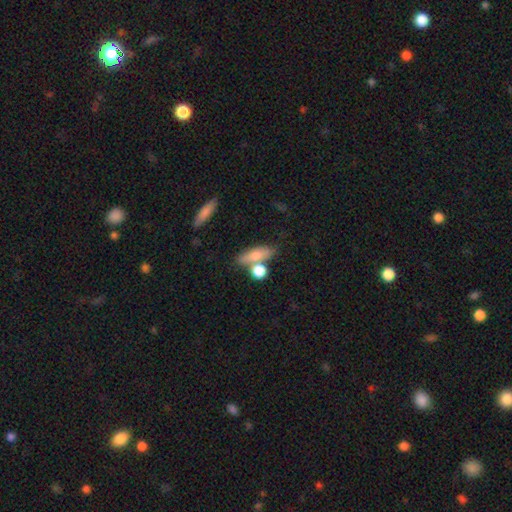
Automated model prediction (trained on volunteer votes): smooth-or-featured: smooth: 70% | featured or disk: 21% | star or artifact: 9%
  how-rounded: in between: 46% | cigar-shaped: 38% | round: 17%
  merging: none: 57% | merger: 25% | minor disturbance: 13% | major disturbance: 5%